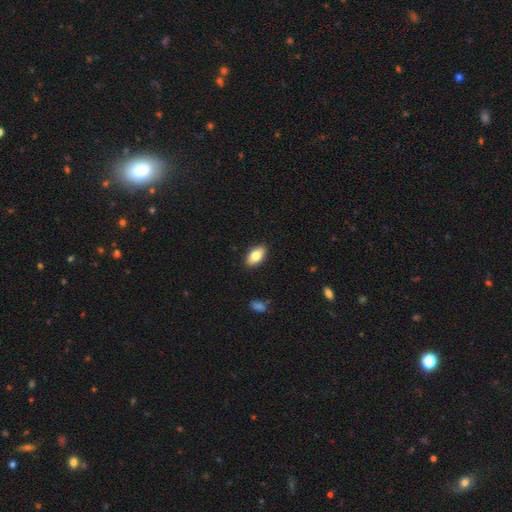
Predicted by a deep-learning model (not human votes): smooth-or-featured: smooth: 80% | featured or disk: 13% | star or artifact: 7%
  how-rounded: in between: 92% | round: 5% | cigar-shaped: 3%
  merging: none: 88% | minor disturbance: 9% | major disturbance: 2% | merger: 1%